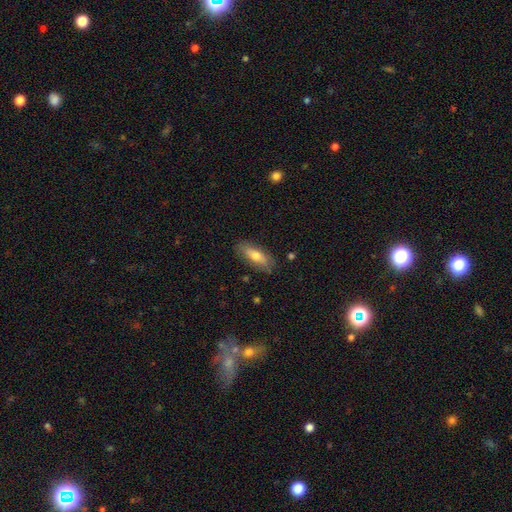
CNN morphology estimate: Smooth or featured? Predicted: smooth (p=0.69). How rounded? Predicted: in between (p=0.69). Merging? Predicted: none (p=0.83).